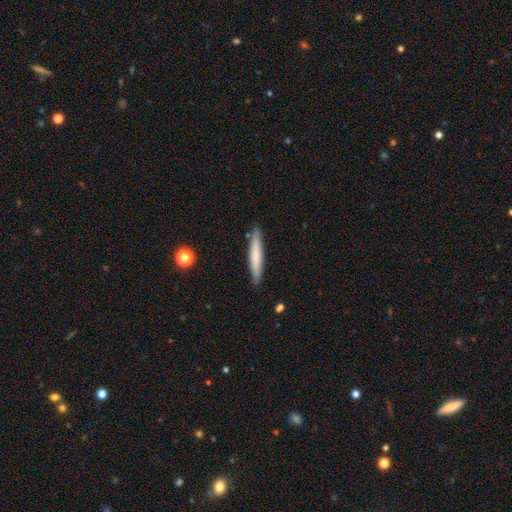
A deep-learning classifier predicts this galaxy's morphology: This appears to be a smooth galaxy with no disk features (68%) that is cigar-shaped (94%). Merging: none (88%).